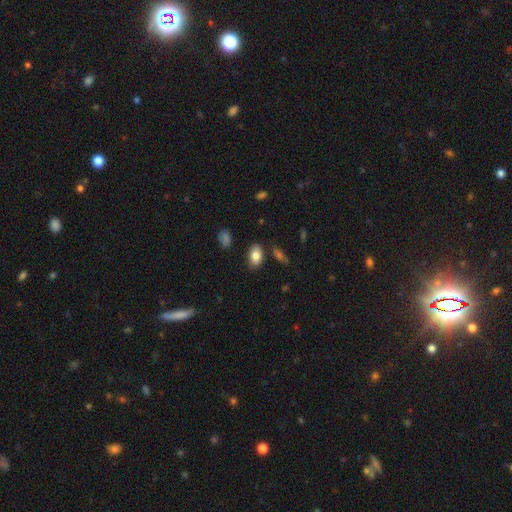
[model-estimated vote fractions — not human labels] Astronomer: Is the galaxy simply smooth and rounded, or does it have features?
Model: smooth — 84%.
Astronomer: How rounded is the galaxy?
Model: in between — 91%.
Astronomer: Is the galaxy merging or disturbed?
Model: none — 83%.